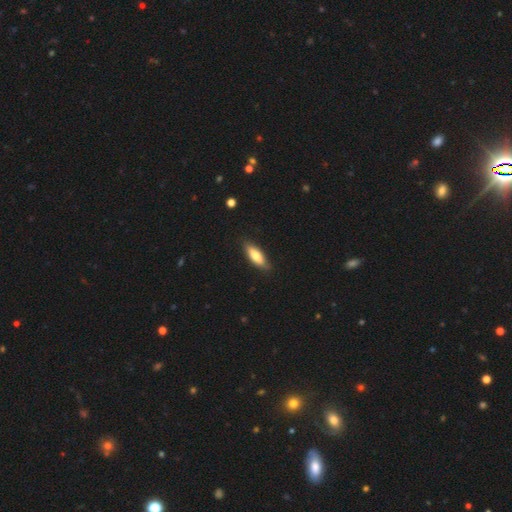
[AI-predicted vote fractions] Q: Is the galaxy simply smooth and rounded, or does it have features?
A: smooth — 74%.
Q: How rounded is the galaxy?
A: in between — 58%.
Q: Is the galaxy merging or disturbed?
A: none — 86%.